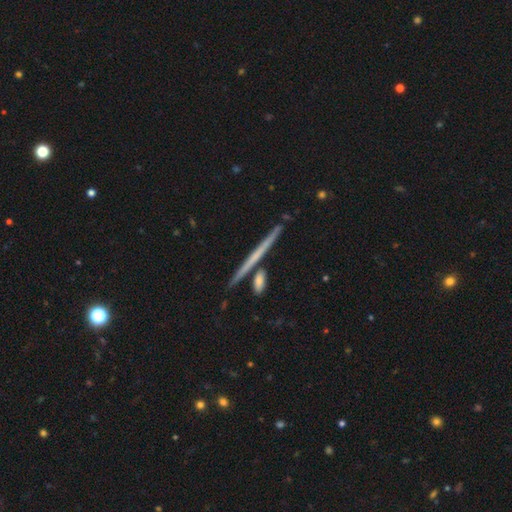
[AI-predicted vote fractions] Smooth or featured: featured or disk — 59% (smooth — 35%)
Edge-on disk: yes — 97% (no — 3%)
Edge-on bulge: none — 85% (rounded — 11%)
Merging: none — 84% (merger — 7%)